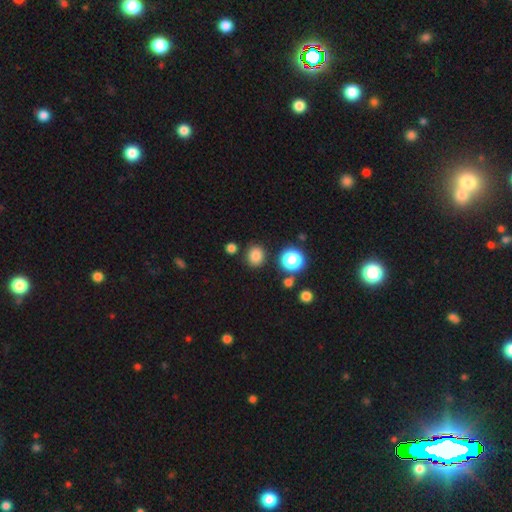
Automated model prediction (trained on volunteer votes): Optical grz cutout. It shows a smooth galaxy with no disk features (80%) that is round (75%). Merging: none (85%).